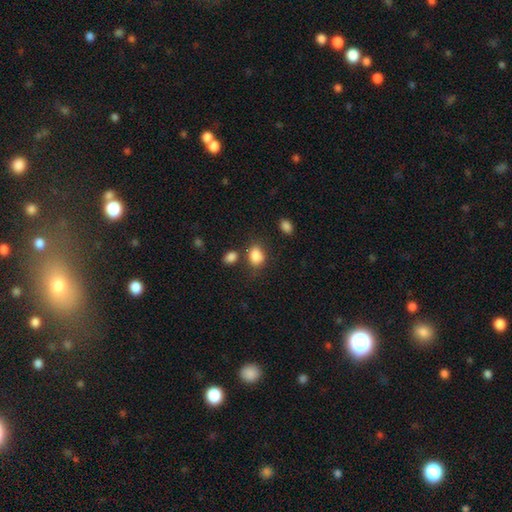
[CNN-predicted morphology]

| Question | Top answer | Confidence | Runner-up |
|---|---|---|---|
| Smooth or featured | smooth | 86% | star or artifact (9%) |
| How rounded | in between | 67% | round (32%) |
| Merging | none | 65% | minor disturbance (17%) |